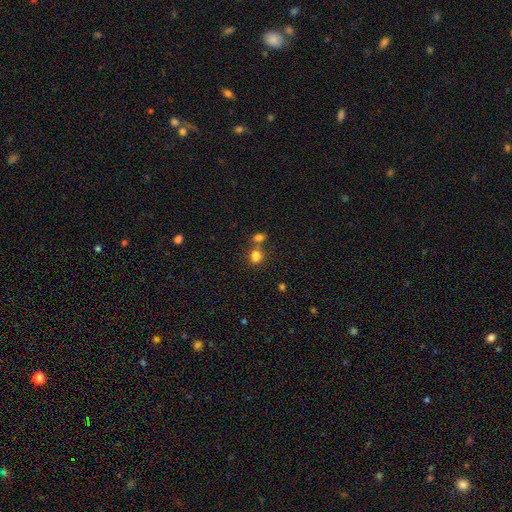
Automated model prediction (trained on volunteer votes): This appears to be a smooth galaxy with no disk features (78%) that is in between round and cigar-shaped (56%). Merging: merger (43%).